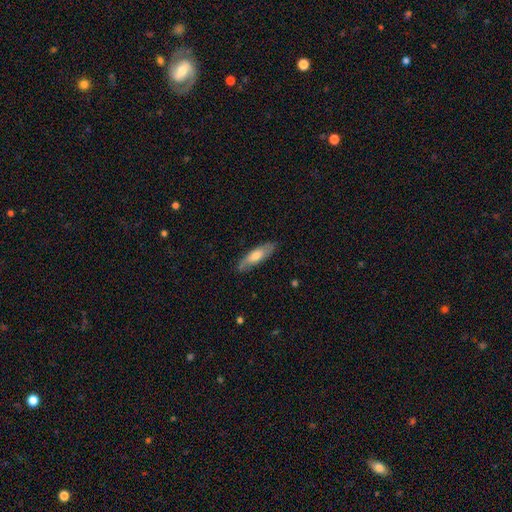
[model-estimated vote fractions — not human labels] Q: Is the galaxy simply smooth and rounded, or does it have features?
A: smooth — 62%.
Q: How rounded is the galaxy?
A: cigar-shaped — 53%.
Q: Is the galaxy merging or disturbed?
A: none — 83%.